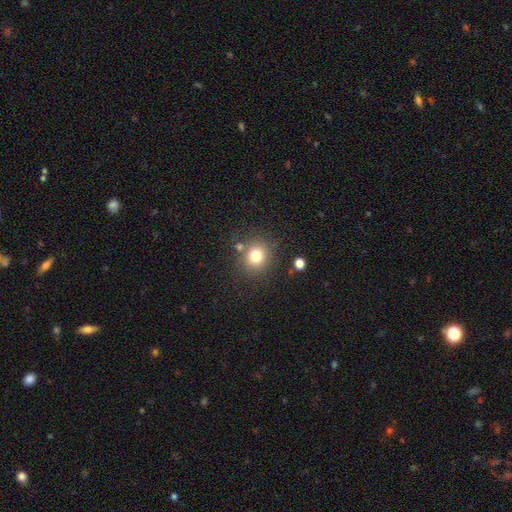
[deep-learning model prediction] smooth-or-featured: smooth: 78% | star or artifact: 13% | featured or disk: 9%
  how-rounded: round: 81% | in between: 18% | cigar-shaped: 1%
  merging: none: 77% | minor disturbance: 10% | merger: 8% | major disturbance: 4%